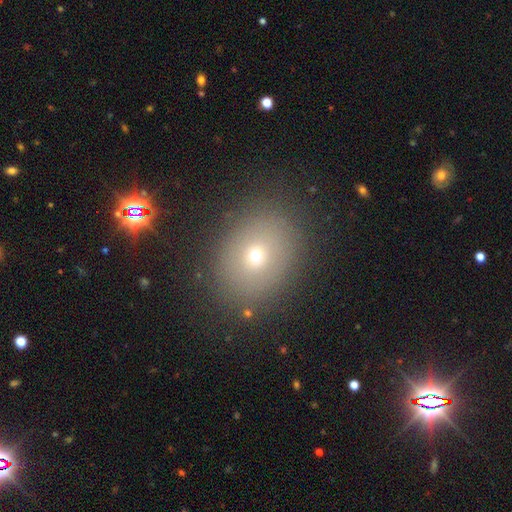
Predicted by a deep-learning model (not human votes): Overall: smooth (62%). How rounded: in between (51%; round 48%). Merging: none (85%).